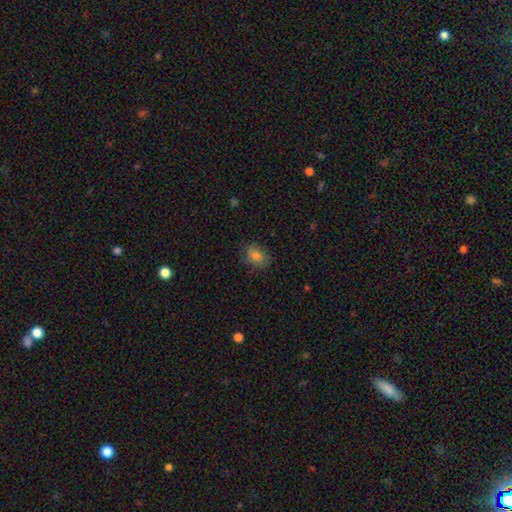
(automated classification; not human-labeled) smooth-or-featured: smooth: 75% | star or artifact: 13% | featured or disk: 12%
  how-rounded: in between: 68% | round: 30% | cigar-shaped: 2%
  merging: none: 75% | minor disturbance: 18% | major disturbance: 5% | merger: 1%